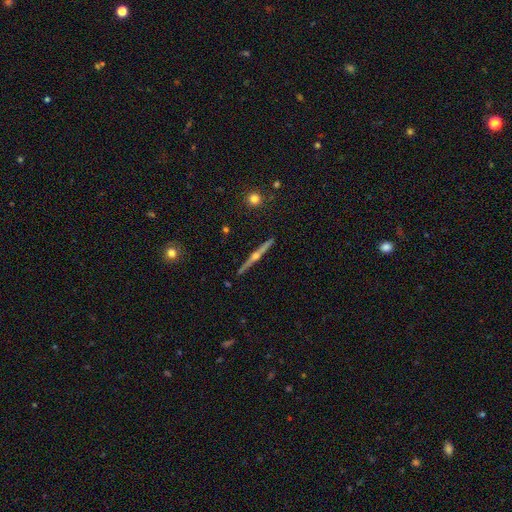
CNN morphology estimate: Q: Smooth or featured?
A: featured or disk (84%); runner-up: smooth (10%)
Q: Edge-on disk?
A: yes (99%); runner-up: no (1%)
Q: Edge-on bulge?
A: rounded (94%); runner-up: none (4%)
Q: Merging?
A: none (92%); runner-up: minor disturbance (5%)